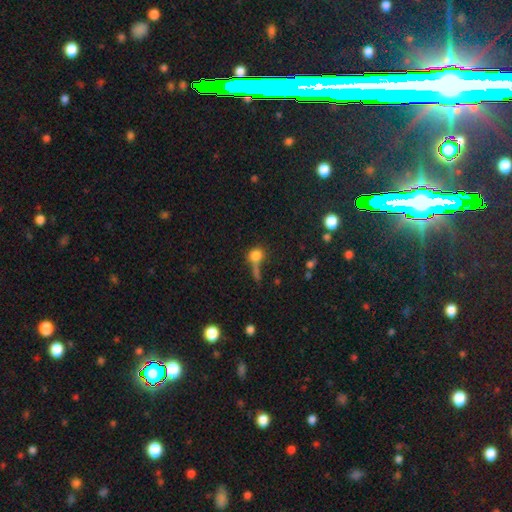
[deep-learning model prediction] Smooth or featured? smooth (74%)
How rounded? round (69%)
Merging? none (40%)